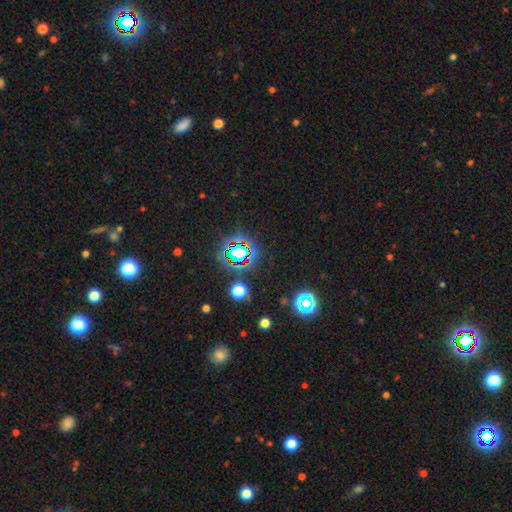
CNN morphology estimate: smooth-or-featured: star or artifact: 77% | smooth: 15% | featured or disk: 8%